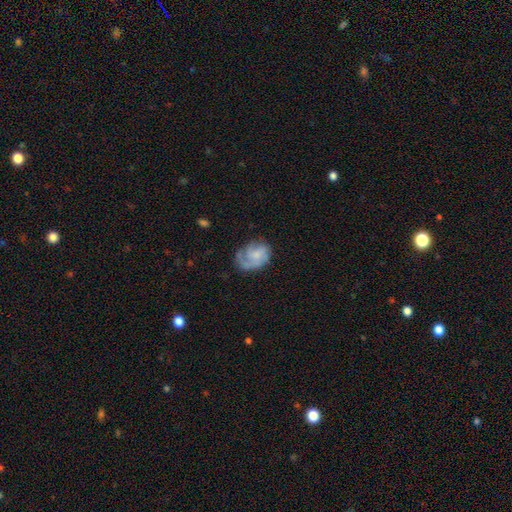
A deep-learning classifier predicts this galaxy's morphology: Smooth or featured: featured or disk — 64% (smooth — 29%)
Edge-on disk: no — 98% (yes — 2%)
Bar: no — 68% (weak — 28%)
Spiral arms: yes — 86% (no — 14%)
Spiral winding: medium — 40% (tight — 36%)
Spiral arm count: 1 — 33% (2 — 22%)
Bulge size: small — 42% (none — 29%)
Merging: none — 50% (minor disturbance — 24%)